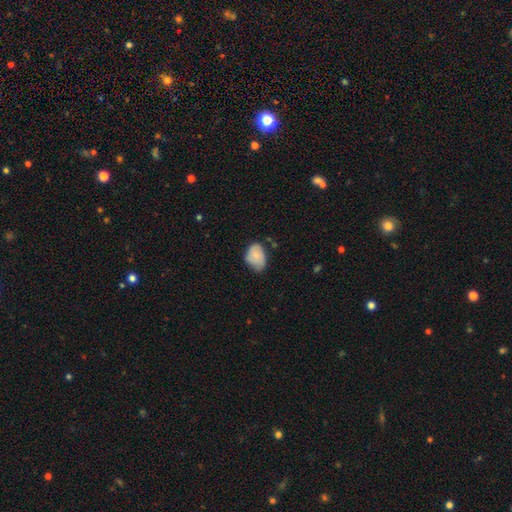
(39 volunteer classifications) smooth-or-featured: smooth: 69% | featured or disk: 21% | star or artifact: 10%
  how-rounded: in between: 93% | round: 7% | cigar-shaped: 0%
  merging: minor disturbance: 54% | none: 29% | major disturbance: 14% | merger: 3%